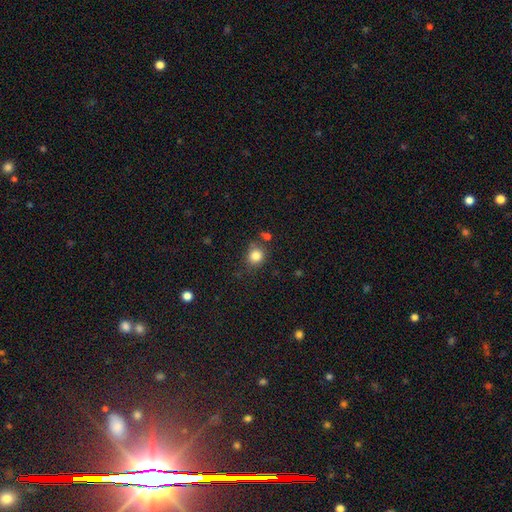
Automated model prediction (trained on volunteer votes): This appears to be a smooth galaxy with no disk features (83%) that is round (82%). Merging: none (75%).